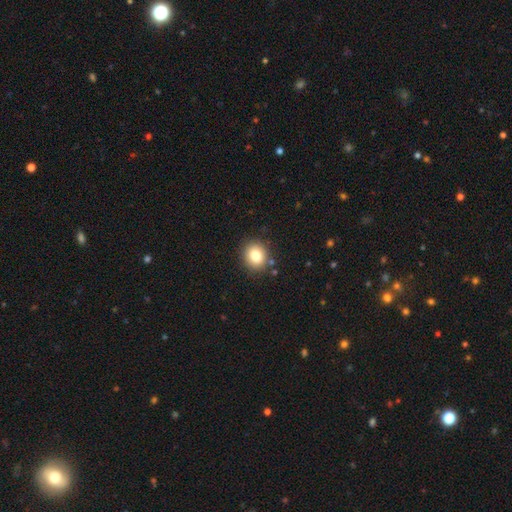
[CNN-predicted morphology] smooth_or_featured: smooth (p=0.80) [alt: star or artifact p=0.11]
how_rounded: round (p=0.77) [alt: in between p=0.22]
merging: none (p=0.88) [alt: minor disturbance p=0.07]